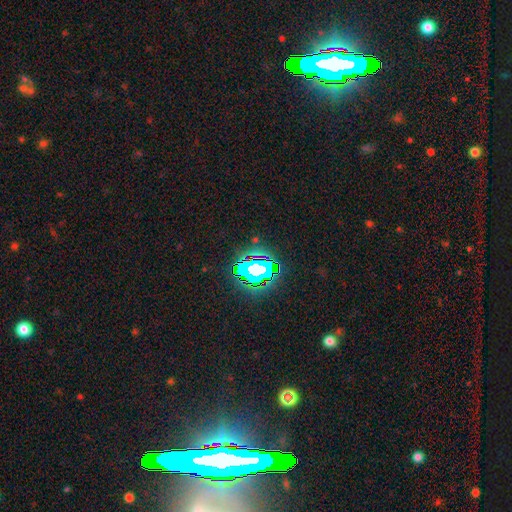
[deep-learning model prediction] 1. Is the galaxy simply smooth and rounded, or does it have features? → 77% star or artifact, 14% smooth, 8% featured or disk.